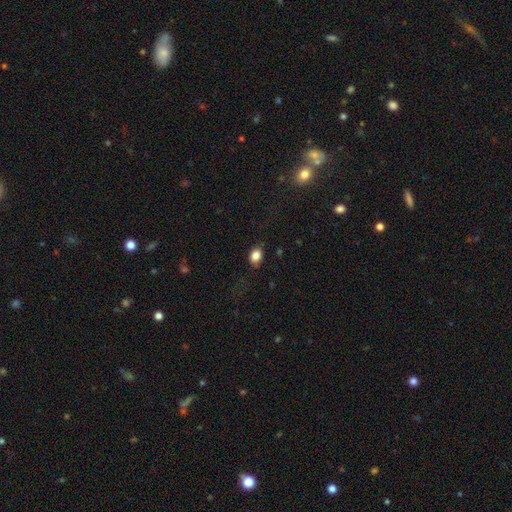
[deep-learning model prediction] Q: Smooth or featured?
A: smooth (84%); runner-up: star or artifact (9%)
Q: How rounded?
A: in between (68%); runner-up: round (31%)
Q: Merging?
A: none (78%); runner-up: minor disturbance (15%)